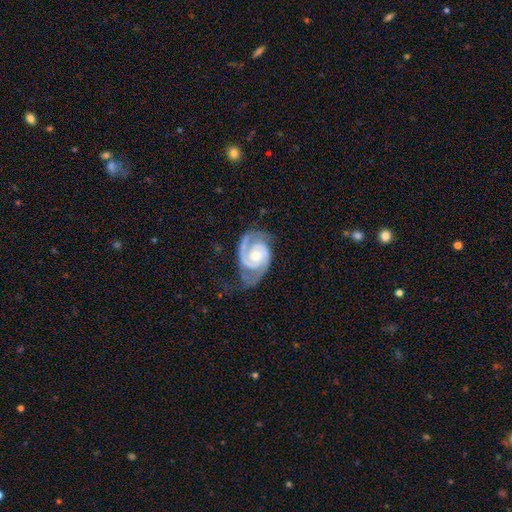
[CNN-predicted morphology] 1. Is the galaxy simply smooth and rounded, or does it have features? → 93% featured or disk, 4% star or artifact, 4% smooth.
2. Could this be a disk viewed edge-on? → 98% no, 2% yes.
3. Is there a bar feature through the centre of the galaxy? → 67% no, 25% weak, 7% strong.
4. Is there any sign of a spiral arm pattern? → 99% yes, 1% no.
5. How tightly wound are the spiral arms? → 57% tight, 38% medium, 5% loose.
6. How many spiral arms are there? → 90% 2, 4% 3, 2% can't tell, 2% 1, 1% 4, 1% more than 4.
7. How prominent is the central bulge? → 53% moderate, 41% small, 3% large, 2% none, 1% dominant.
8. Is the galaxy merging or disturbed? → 66% none, 22% minor disturbance, 10% major disturbance, 2% merger.